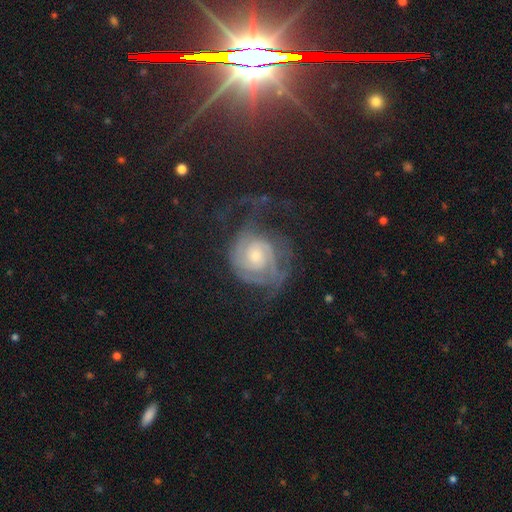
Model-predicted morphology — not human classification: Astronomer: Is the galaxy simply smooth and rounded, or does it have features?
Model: featured or disk — 83%.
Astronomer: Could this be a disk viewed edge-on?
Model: no — 98%.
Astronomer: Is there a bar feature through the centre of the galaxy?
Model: no — 68%.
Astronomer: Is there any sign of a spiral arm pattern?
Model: yes — 94%.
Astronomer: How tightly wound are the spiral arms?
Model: tight — 59%.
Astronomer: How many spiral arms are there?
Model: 2 — 41% (runner-up: can't tell, 27%).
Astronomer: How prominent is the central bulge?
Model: small — 50% (runner-up: moderate, 41%).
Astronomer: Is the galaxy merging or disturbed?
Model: none — 49% (runner-up: major disturbance, 30%).